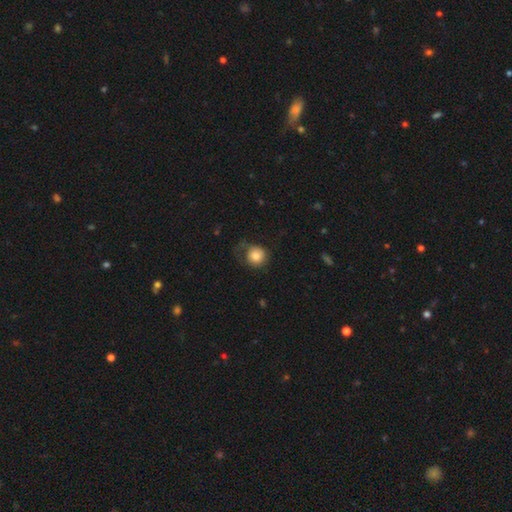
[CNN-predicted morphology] This is clearly a smooth galaxy (81%). How rounded: clearly round (88%). Merging: possibly none (52%).